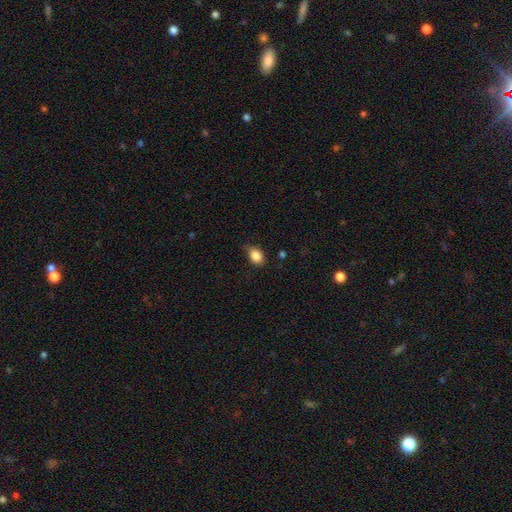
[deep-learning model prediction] smooth_or_featured: smooth (p=0.85) [alt: star or artifact p=0.09]
how_rounded: in between (p=0.69) [alt: round p=0.29]
merging: none (p=0.72) [alt: minor disturbance p=0.22]